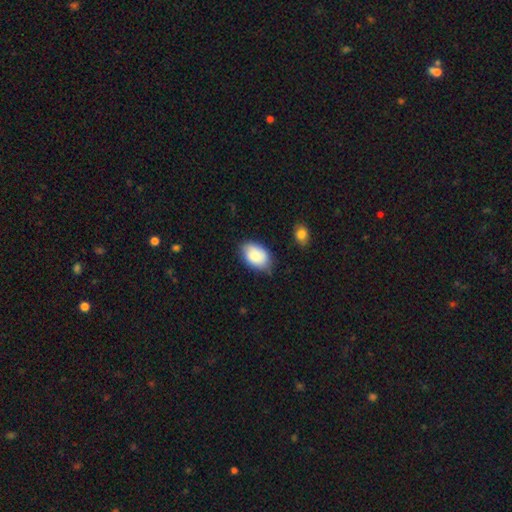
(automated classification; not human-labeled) Smooth or featured? smooth (85%)
How rounded? in between (89%)
Merging? none (68%)